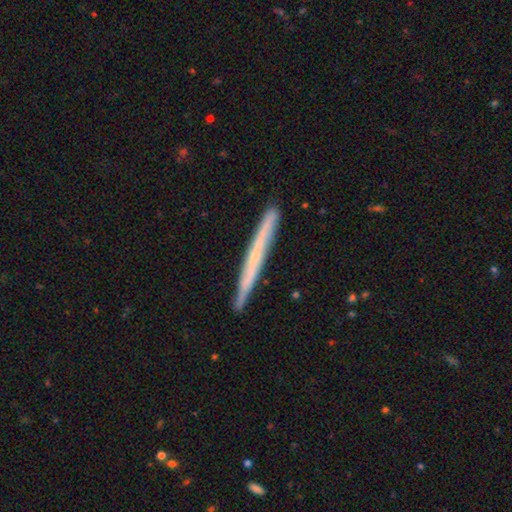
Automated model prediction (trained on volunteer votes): A featured or disk galaxy (53%) viewed edge-on (96%) with no central bulge (76%). Merging: none (90%).